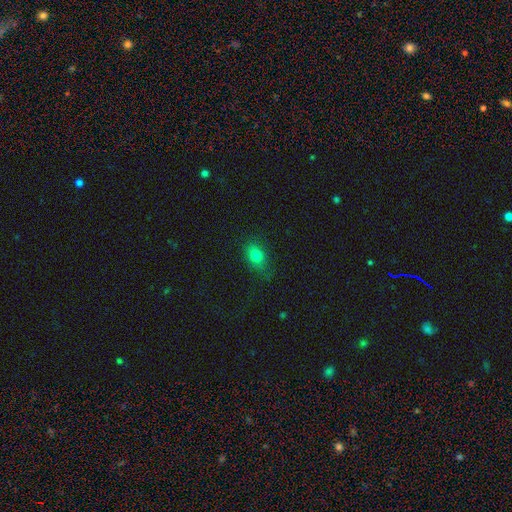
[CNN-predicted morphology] Overall: smooth (78%). How rounded: in between (67%; round 30%). Merging: none (75%).